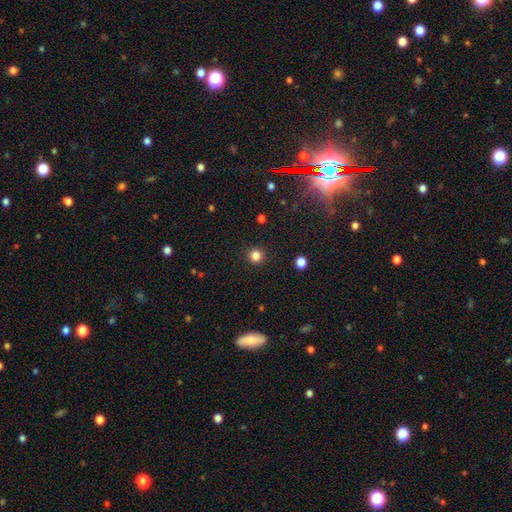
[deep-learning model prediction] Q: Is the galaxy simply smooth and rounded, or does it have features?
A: smooth — 83%.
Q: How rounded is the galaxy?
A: round — 93%.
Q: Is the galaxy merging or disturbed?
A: none — 92%.